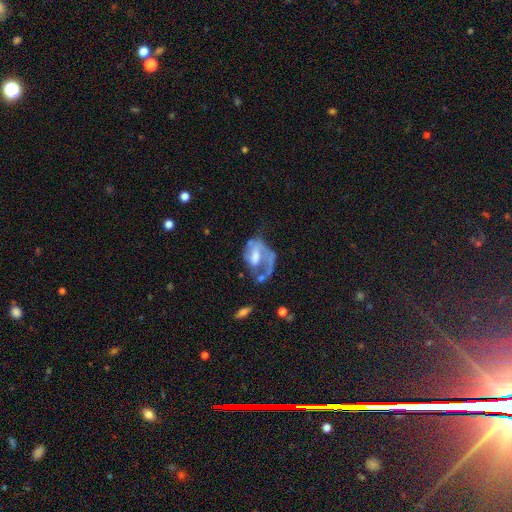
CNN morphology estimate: smooth_or_featured: featured or disk (p=0.69) [alt: smooth p=0.23]
disk_edge_on: no (p=0.97) [alt: yes p=0.03]
bar: no (p=0.47) [alt: weak p=0.40]
has_spiral_arms: yes (p=0.70) [alt: no p=0.30]
bulge_size: moderate (p=0.43) [alt: small p=0.19]
merging: major disturbance (p=0.46) [alt: none p=0.26]